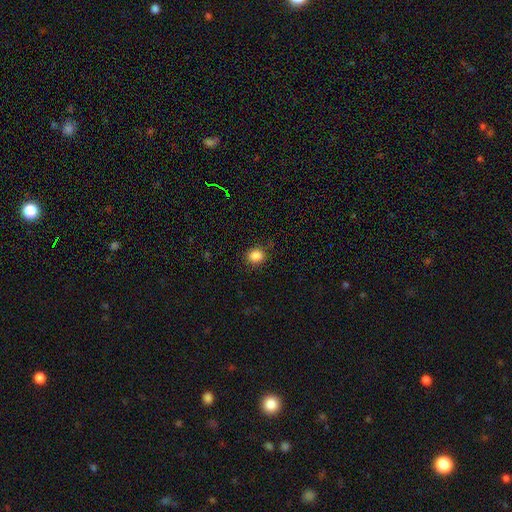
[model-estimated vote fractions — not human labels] Smooth or featured? Predicted: smooth (p=0.85). How rounded? Predicted: round (p=0.75). Merging? Predicted: none (p=0.87).